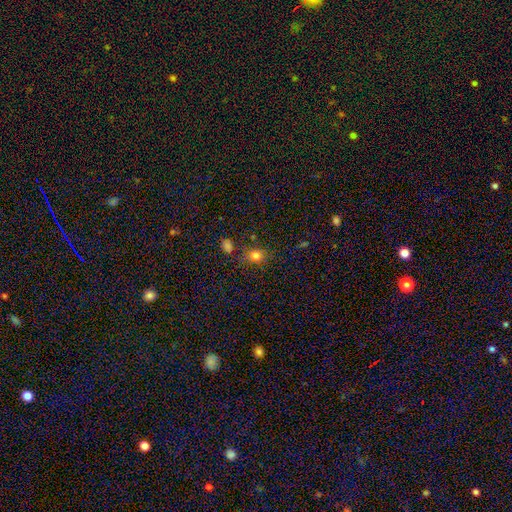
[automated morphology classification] Smooth or featured? Predicted: smooth (p=0.78). How rounded? Predicted: round (p=0.66). Merging? Predicted: none (p=0.75).